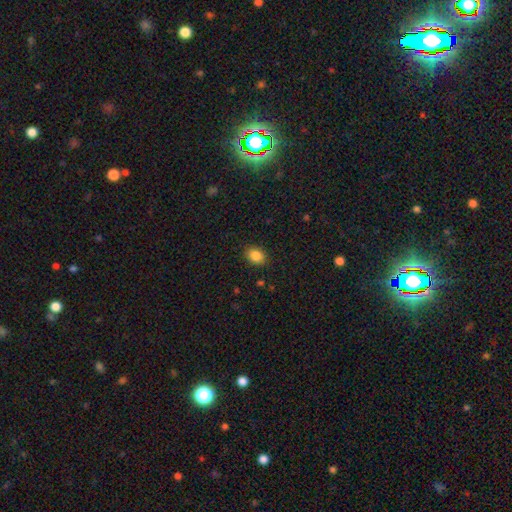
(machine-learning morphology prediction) smooth 87%, star or artifact 9%, featured or disk 4%. Down the decision tree: how rounded — in between (64%); merging — none (88%).